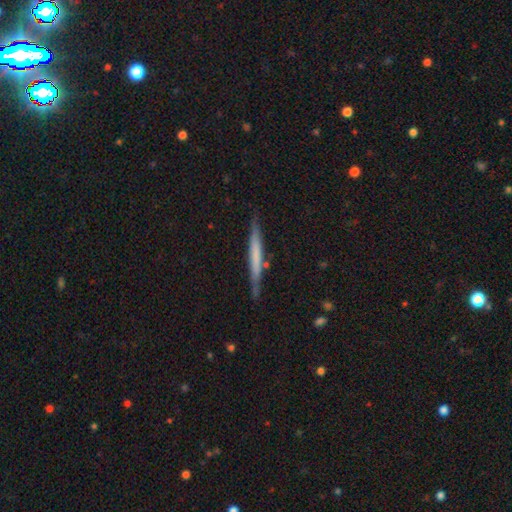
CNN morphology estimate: Smooth or featured? smooth (47%, tied with featured or disk)
Merging? none (84%)